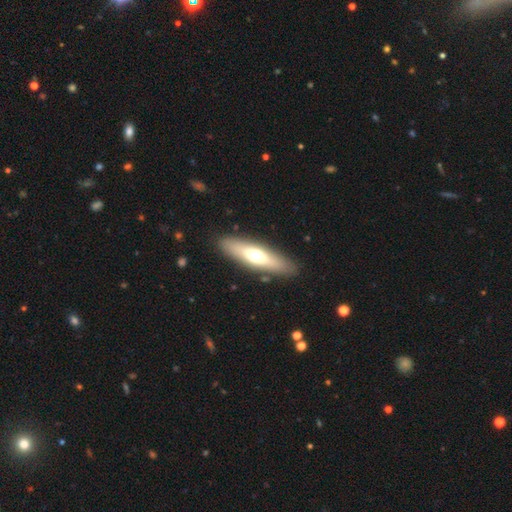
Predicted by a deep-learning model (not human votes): A smooth galaxy with no disk features (53%) that is cigar-shaped (58%). Merging: none (87%).